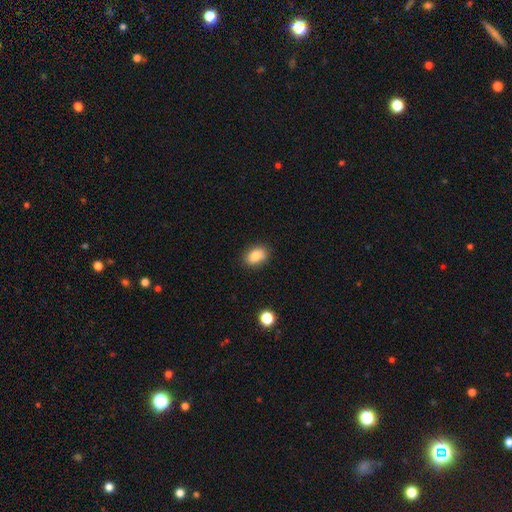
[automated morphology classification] Smooth or featured?
  - smooth: 83% *
  - star or artifact: 9%
  - featured or disk: 8%
How rounded?
  - in between: 79% *
  - round: 19%
  - cigar-shaped: 2%
Merging?
  - none: 84% *
  - minor disturbance: 12%
  - major disturbance: 2%
  - merger: 2%